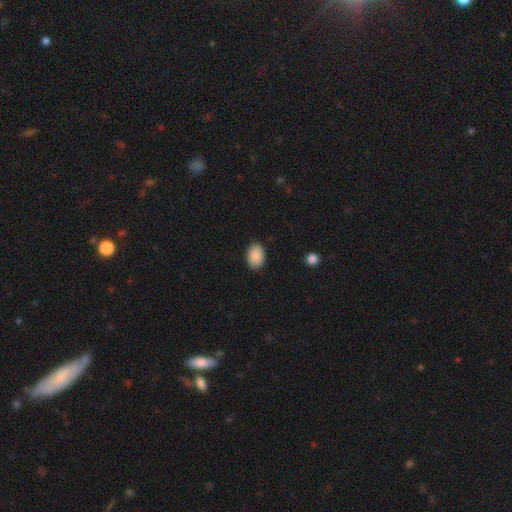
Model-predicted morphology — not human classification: type=smooth (90%); roundness=in between (79%); merging=none (87%).